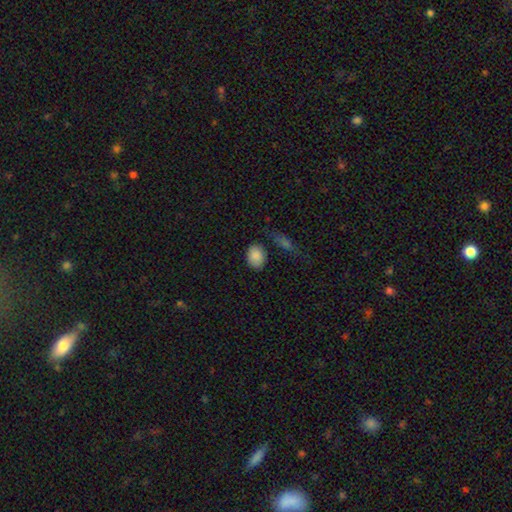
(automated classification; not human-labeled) This is clearly a smooth galaxy (87%). How rounded: likely in between (64%). Merging: likely none (74%).